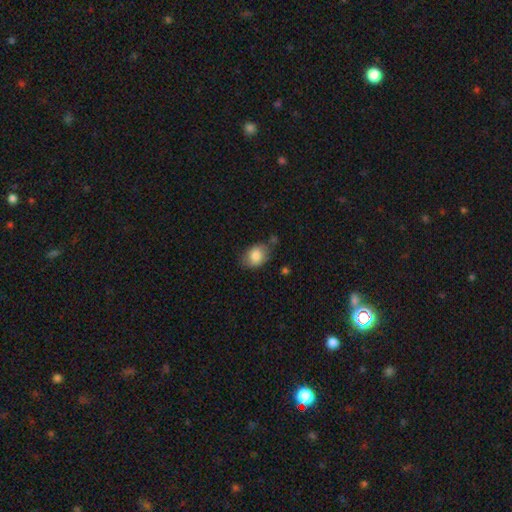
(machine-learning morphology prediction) smooth 84%, featured or disk 9%, star or artifact 7%. Down the decision tree: how rounded — in between (75%); merging — none (64%).